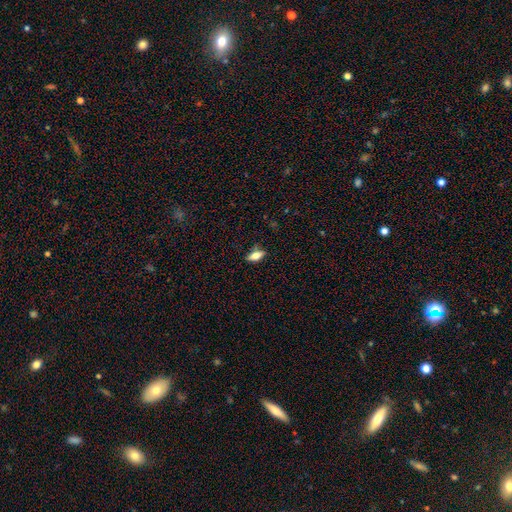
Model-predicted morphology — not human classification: Smooth or featured? smooth (66%)
How rounded? in between (76%)
Merging? none (80%)